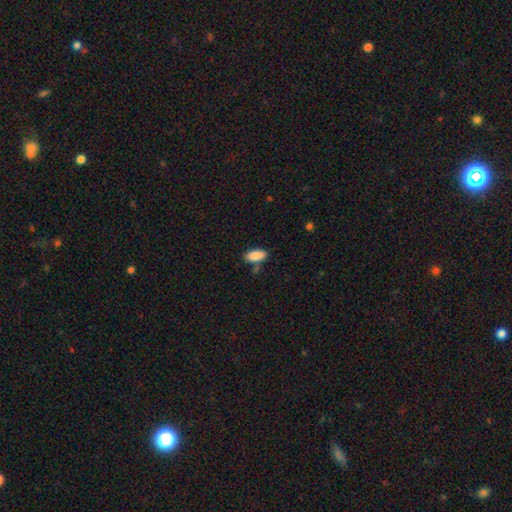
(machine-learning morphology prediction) This is clearly a smooth galaxy (89%). How rounded: clearly in between (89%). Merging: likely none (78%).